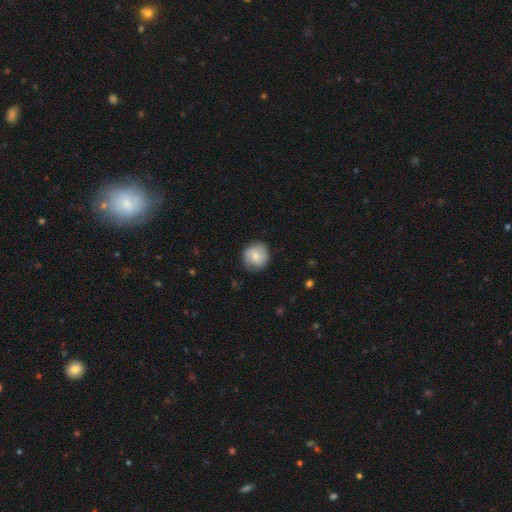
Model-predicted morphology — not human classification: smooth 55%, featured or disk 38%, star or artifact 7%. Down the decision tree: how rounded — round (90%); merging — none (82%).